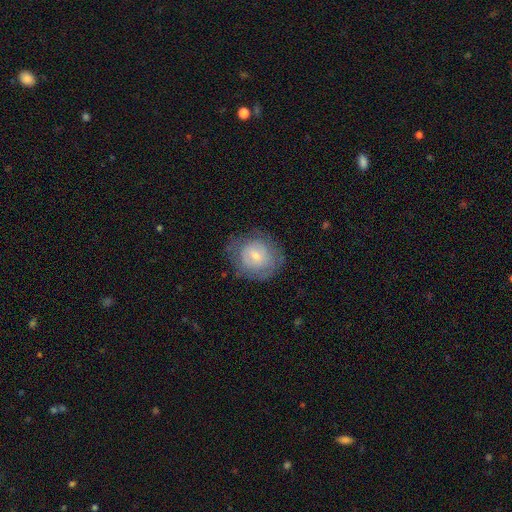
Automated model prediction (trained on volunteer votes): Smooth or featured?
  - smooth: 49% *
  - featured or disk: 43%
  - star or artifact: 8%
Merging?
  - none: 68% *
  - minor disturbance: 21%
  - major disturbance: 10%
  - merger: 1%